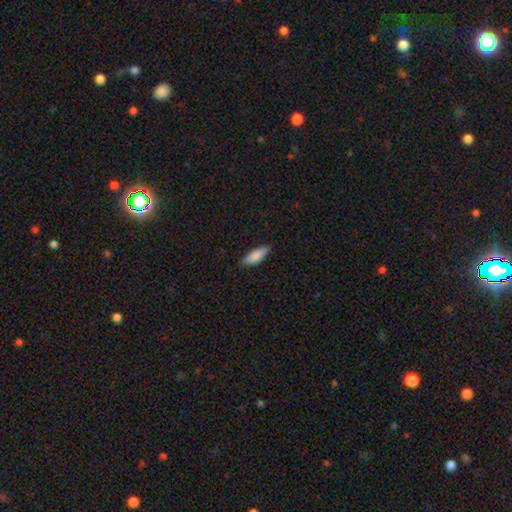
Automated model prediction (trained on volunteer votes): Morphology: type=smooth (86%); roundness=in between (60%); merging=none (87%).